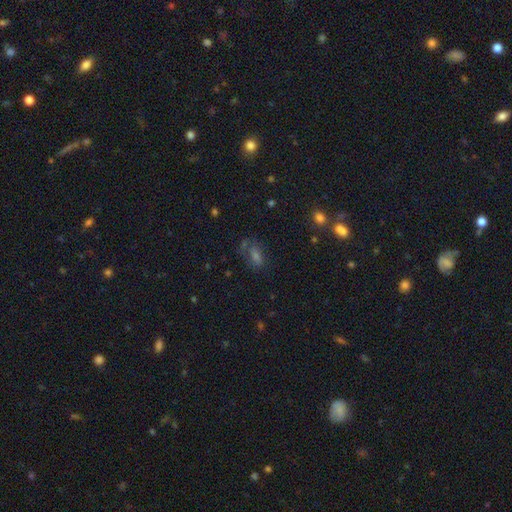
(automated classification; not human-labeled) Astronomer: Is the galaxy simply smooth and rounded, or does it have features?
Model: smooth — 42% (runner-up: star or artifact, 36%).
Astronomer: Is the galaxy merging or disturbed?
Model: none — 59%.